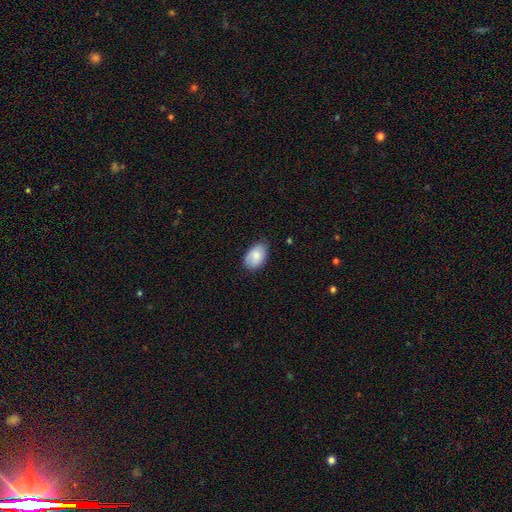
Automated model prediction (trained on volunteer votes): A smooth galaxy with no disk features (82%) that is in between round and cigar-shaped (90%). Merging: none (70%).